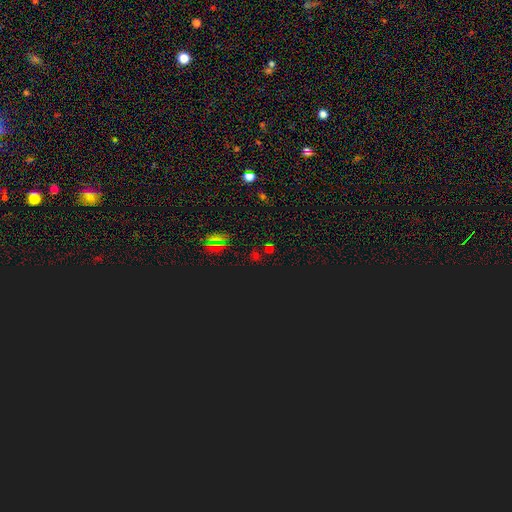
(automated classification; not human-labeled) A star or artifact, not a galaxy (72%).